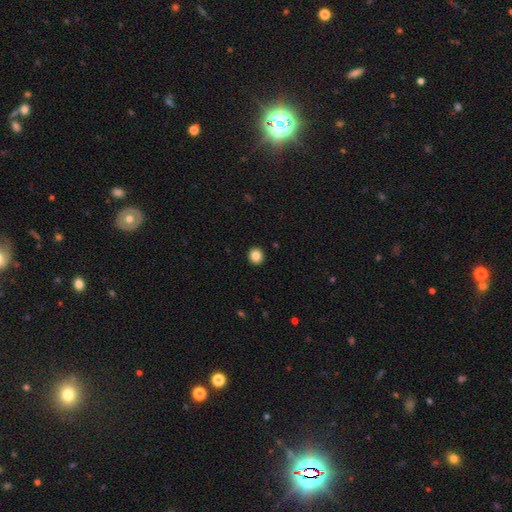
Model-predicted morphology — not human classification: A smooth galaxy with no disk features (85%) that is round (88%).

Vote fractions:
- Smooth or featured? smooth: 85% / star or artifact: 10% / featured or disk: 5%
- How rounded? round: 88% / in between: 11% / cigar-shaped: 1%
- Merging? none: 93% / minor disturbance: 4% / major disturbance: 1% / merger: 1%